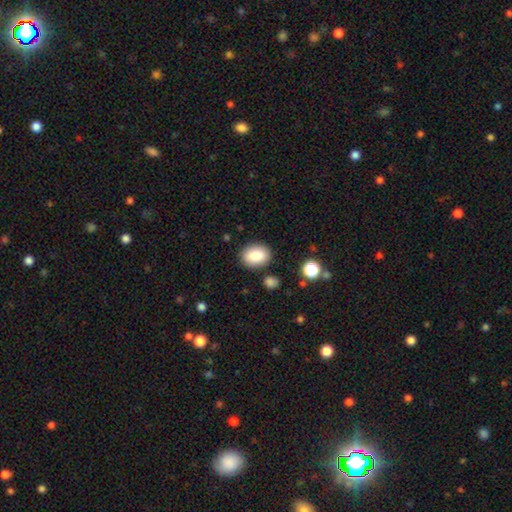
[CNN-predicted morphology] Smooth or featured? smooth (88%)
How rounded? in between (72%)
Merging? none (82%)